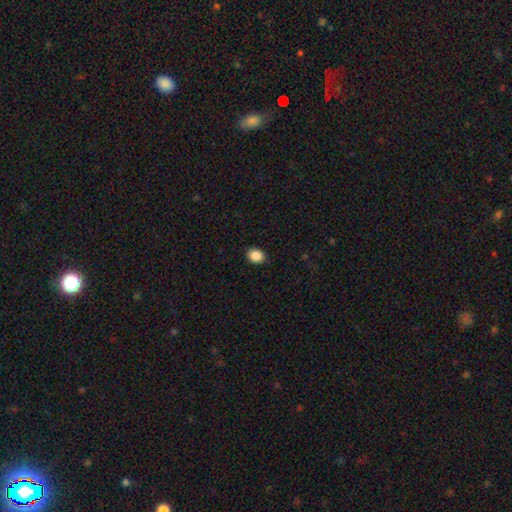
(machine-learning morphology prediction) A smooth galaxy with no disk features (88%) that is round (55%).

Vote fractions:
- Smooth or featured? smooth: 88% / star or artifact: 9% / featured or disk: 3%
- How rounded? round: 55% / in between: 44% / cigar-shaped: 1%
- Merging? none: 89% / minor disturbance: 8% / major disturbance: 2% / merger: 1%